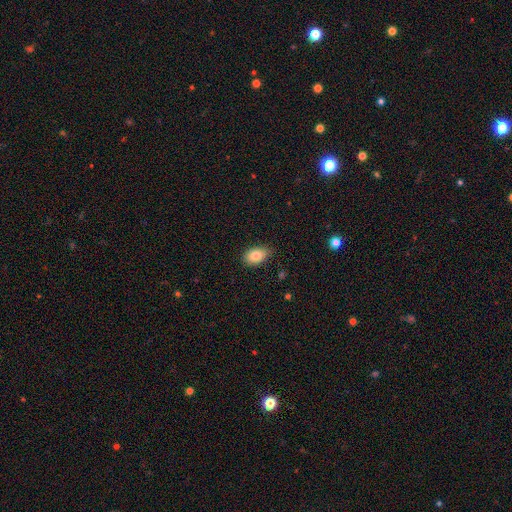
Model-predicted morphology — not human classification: A smooth galaxy with no disk features (84%) that is in between round and cigar-shaped (88%). Merging: none (80%).